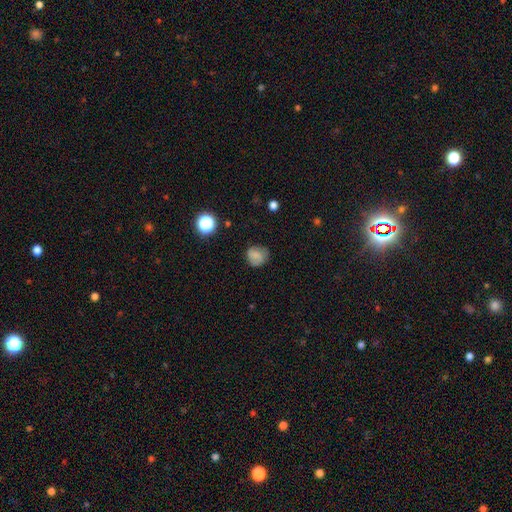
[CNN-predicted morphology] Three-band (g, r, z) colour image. It shows a smooth galaxy with no disk features (76%) that is round (78%). Merging: none (71%).